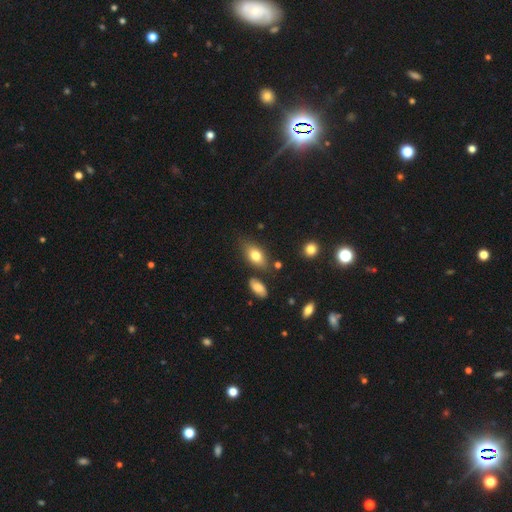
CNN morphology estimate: This appears to be a smooth galaxy with no disk features (77%) that is in between round and cigar-shaped (87%). Merging: none (73%).